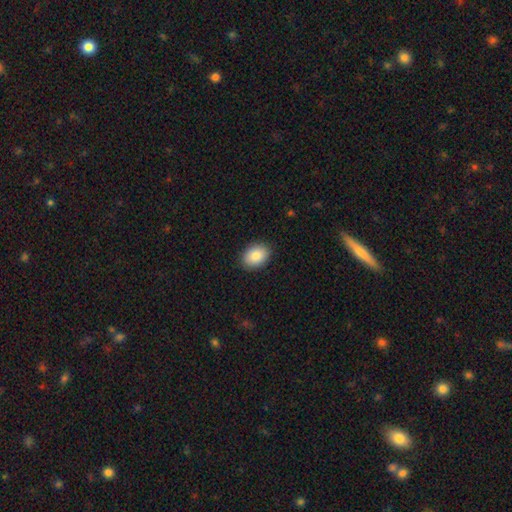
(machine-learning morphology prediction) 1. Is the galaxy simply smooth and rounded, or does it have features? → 88% smooth, 7% star or artifact, 5% featured or disk.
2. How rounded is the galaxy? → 76% in between, 23% round, 1% cigar-shaped.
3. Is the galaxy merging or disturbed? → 89% none, 8% minor disturbance, 2% major disturbance, 1% merger.